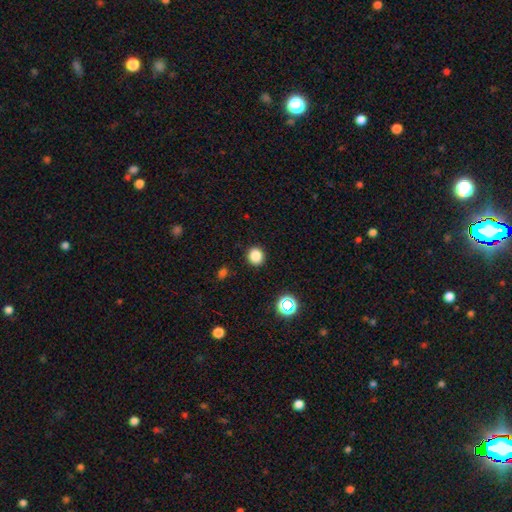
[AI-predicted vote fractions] A smooth galaxy with no disk features (84%) that is round (88%). Merging: none (91%).